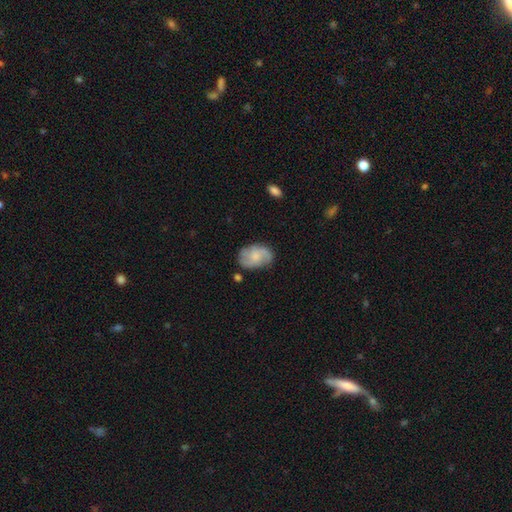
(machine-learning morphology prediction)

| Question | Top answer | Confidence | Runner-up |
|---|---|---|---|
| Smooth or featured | featured or disk | 57% | smooth (36%) |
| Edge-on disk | no | 97% | yes (3%) |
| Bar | no | 66% | weak (30%) |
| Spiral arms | yes | 90% | no (10%) |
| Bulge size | small | 35% | moderate (30%) |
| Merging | none | 69% | minor disturbance (21%) |